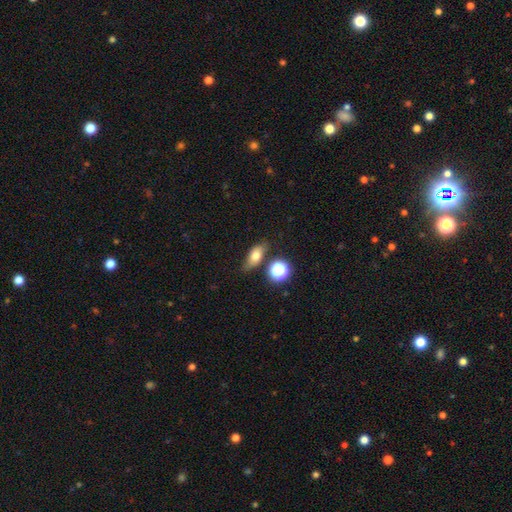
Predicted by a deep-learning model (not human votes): Smooth or featured?
  - smooth: 71% *
  - featured or disk: 17%
  - star or artifact: 12%
How rounded?
  - in between: 74% *
  - round: 15%
  - cigar-shaped: 12%
Merging?
  - none: 72% *
  - minor disturbance: 17%
  - merger: 7%
  - major disturbance: 5%